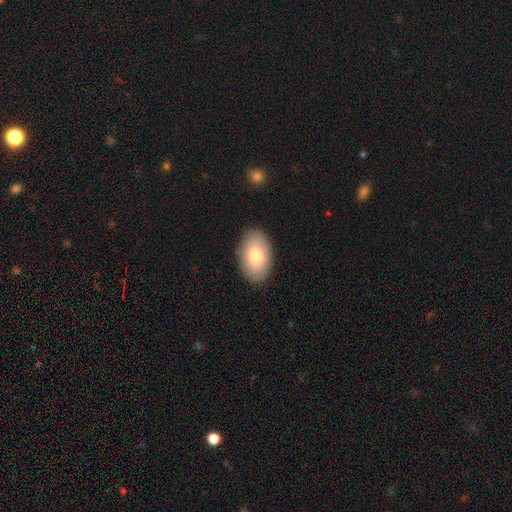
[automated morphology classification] A smooth galaxy with no disk features (79%) that is in between round and cigar-shaped (93%). Merging: none (87%).